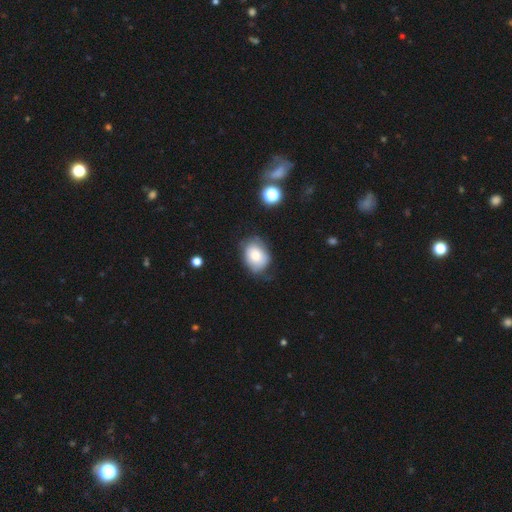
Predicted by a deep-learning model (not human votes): smooth_or_featured: smooth (p=0.77) [alt: featured or disk p=0.14]
how_rounded: in between (p=0.62) [alt: round p=0.37]
merging: none (p=0.62) [alt: minor disturbance p=0.28]